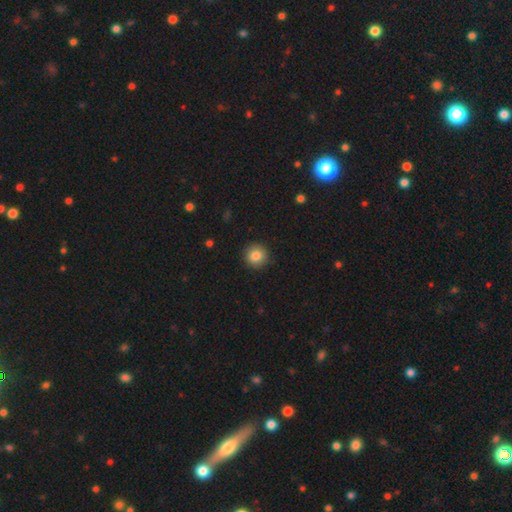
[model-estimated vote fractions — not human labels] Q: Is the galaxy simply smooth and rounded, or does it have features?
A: smooth — 85%.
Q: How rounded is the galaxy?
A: round — 93%.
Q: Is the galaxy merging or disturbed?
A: none — 92%.